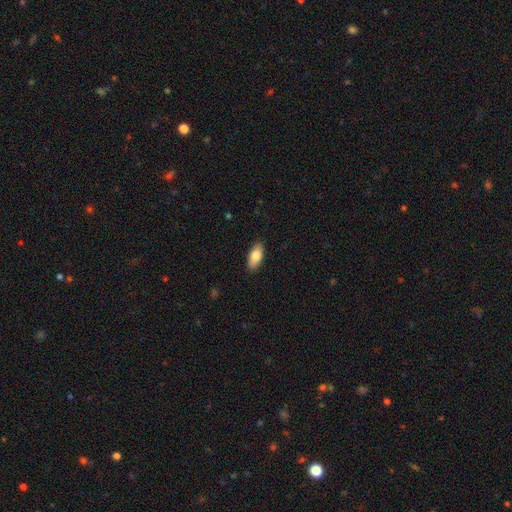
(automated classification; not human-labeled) A smooth galaxy with no disk features (83%) that is in between round and cigar-shaped (88%).

Vote fractions:
- Smooth or featured? smooth: 83% / featured or disk: 11% / star or artifact: 6%
- How rounded? in between: 88% / cigar-shaped: 9% / round: 2%
- Merging? none: 88% / minor disturbance: 9% / major disturbance: 2% / merger: 1%